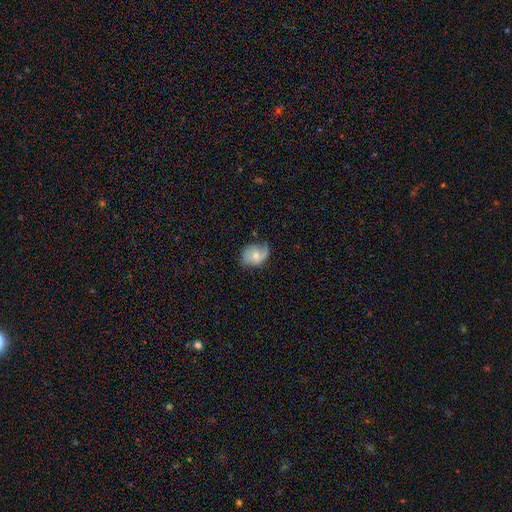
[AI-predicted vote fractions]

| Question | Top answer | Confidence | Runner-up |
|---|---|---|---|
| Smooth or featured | featured or disk | 51% | smooth (41%) |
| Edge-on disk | no | 96% | yes (4%) |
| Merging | none | 50% | minor disturbance (31%) |